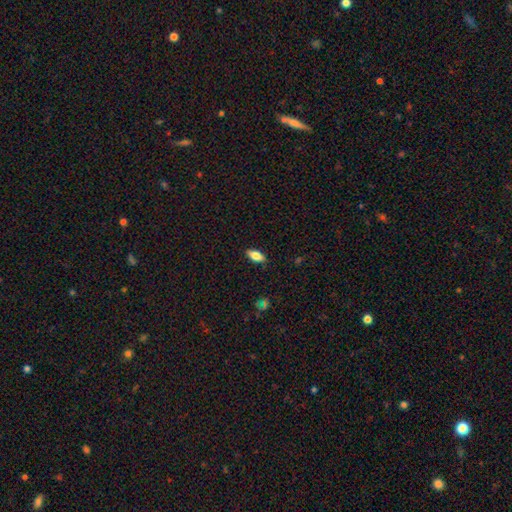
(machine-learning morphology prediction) smooth 77%, featured or disk 15%, star or artifact 8%. Down the decision tree: how rounded — in between (85%); merging — none (88%).